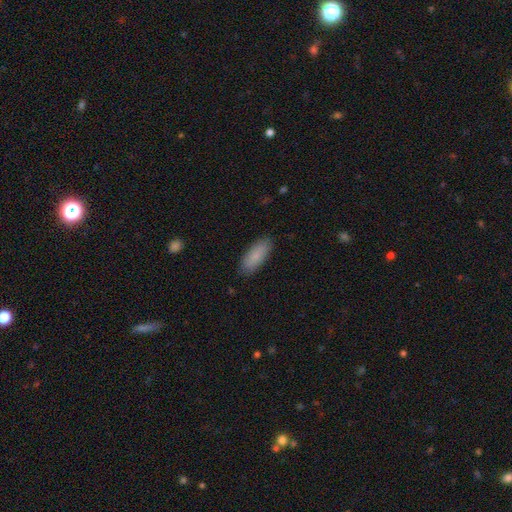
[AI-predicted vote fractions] A smooth galaxy with no disk features (86%) that is in between round and cigar-shaped (74%). Merging: none (87%).